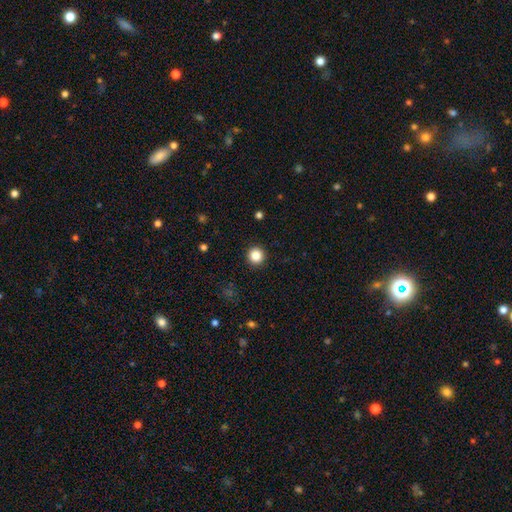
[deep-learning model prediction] smooth-or-featured: smooth: 86% | star or artifact: 11% | featured or disk: 4%
  how-rounded: round: 95% | in between: 4% | cigar-shaped: 1%
  merging: none: 92% | minor disturbance: 5% | major disturbance: 2% | merger: 1%